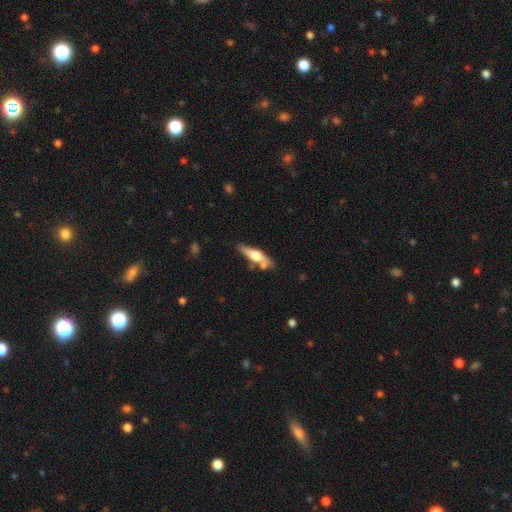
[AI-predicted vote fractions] Morphology: type=featured or disk (52%); edge-on=yes (90%); merging=none (67%).